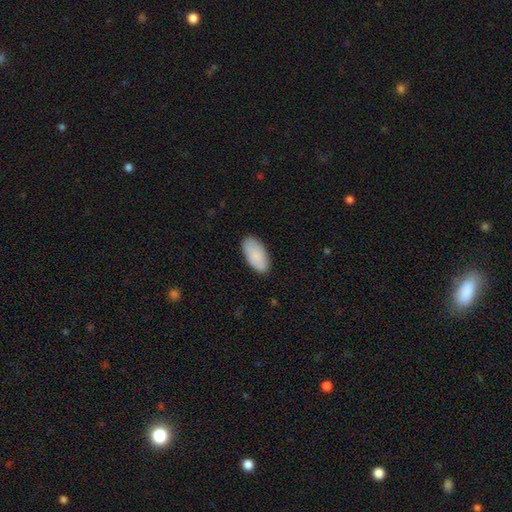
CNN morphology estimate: A smooth galaxy with no disk features (88%) that is in between round and cigar-shaped (95%).

Vote fractions:
- Smooth or featured? smooth: 88% / featured or disk: 6% / star or artifact: 6%
- How rounded? in between: 95% / cigar-shaped: 3% / round: 2%
- Merging? none: 86% / minor disturbance: 11% / major disturbance: 2% / merger: 1%